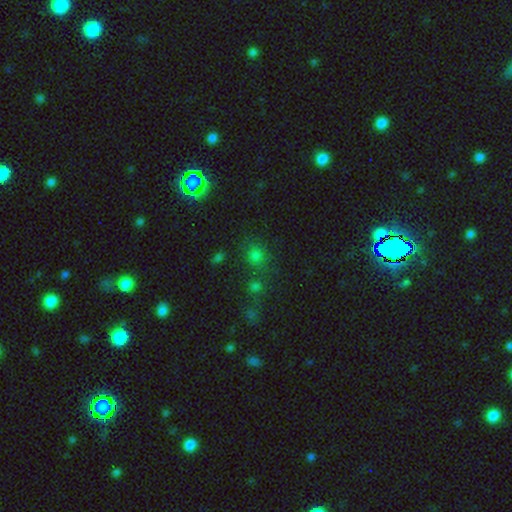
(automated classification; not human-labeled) smooth 66%, star or artifact 27%, featured or disk 7%. Down the decision tree: how rounded — round (81%); merging — none (67%).